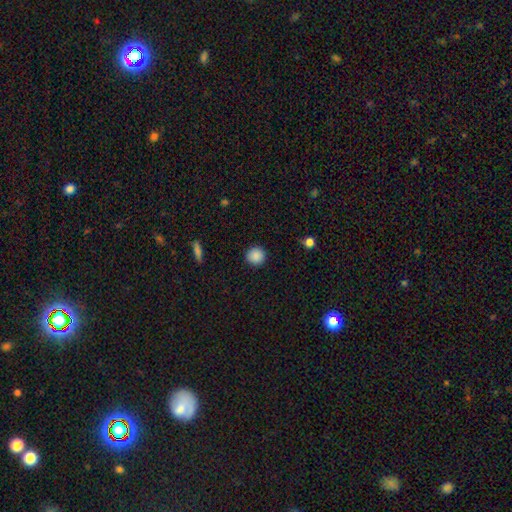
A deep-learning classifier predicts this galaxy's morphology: Smooth or featured: smooth — 88% (star or artifact — 9%)
How rounded: round — 94% (in between — 5%)
Merging: none — 92% (minor disturbance — 5%)